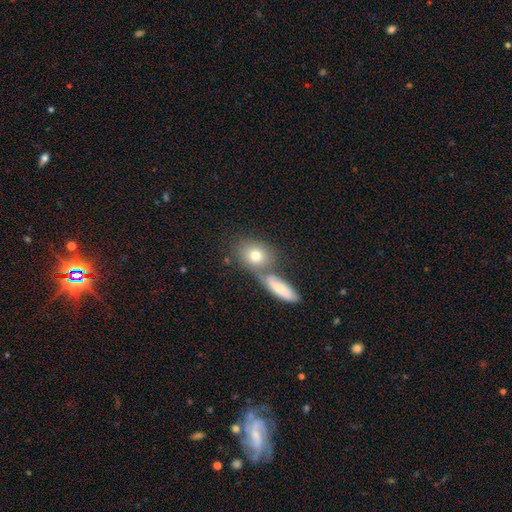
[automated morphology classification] Overall: smooth (76%). How rounded: in between (53%; round 43%). Merging: none (50%; merger 35%).